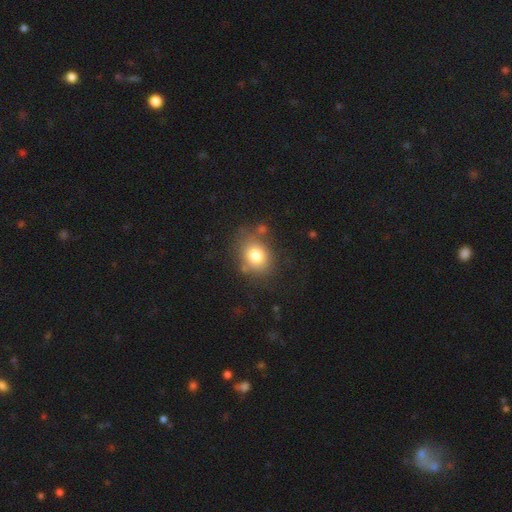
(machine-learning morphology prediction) A smooth galaxy with no disk features (79%) that is round (55%).

Vote fractions:
- Smooth or featured? smooth: 79% / star or artifact: 11% / featured or disk: 10%
- How rounded? round: 55% / in between: 44% / cigar-shaped: 1%
- Merging? none: 72% / minor disturbance: 16% / major disturbance: 6% / merger: 6%